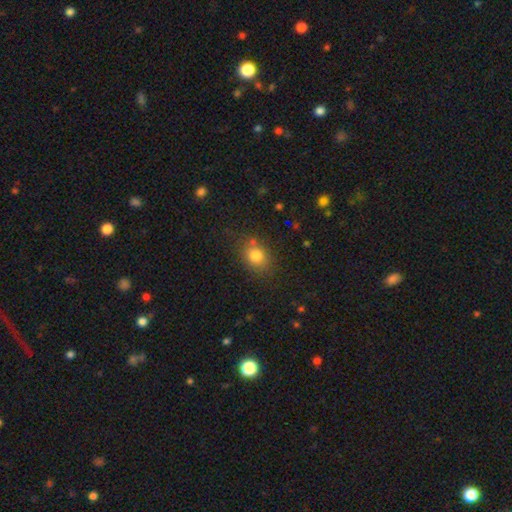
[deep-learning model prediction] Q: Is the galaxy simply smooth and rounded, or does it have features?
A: smooth — 80%.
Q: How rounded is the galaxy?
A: round — 50%.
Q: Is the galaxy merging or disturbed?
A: none — 74%.